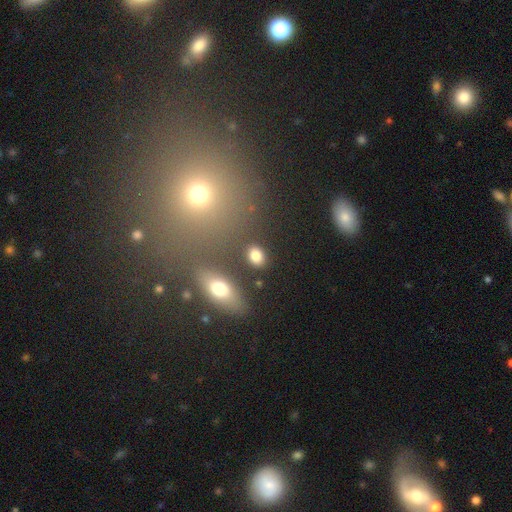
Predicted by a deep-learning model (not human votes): Overall: smooth (82%). How rounded: in between (61%; round 37%). Merging: none (83%).